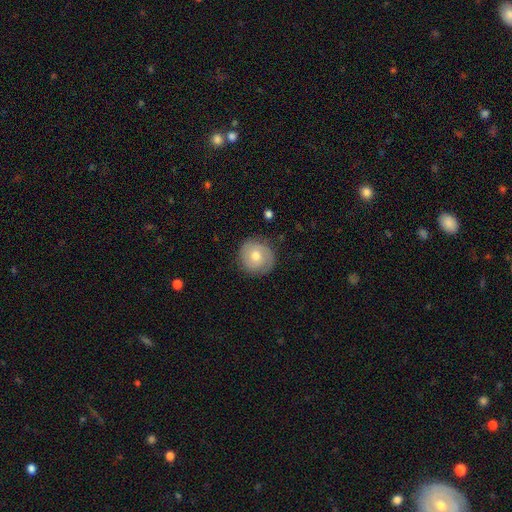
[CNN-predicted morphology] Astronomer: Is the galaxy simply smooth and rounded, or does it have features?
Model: smooth — 53% (runner-up: featured or disk, 40%).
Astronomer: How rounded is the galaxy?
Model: round — 90%.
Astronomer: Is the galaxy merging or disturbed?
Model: none — 81%.